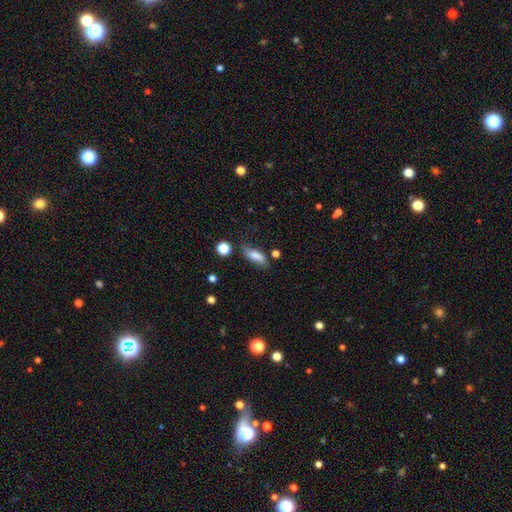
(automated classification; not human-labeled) Q: Smooth or featured?
A: smooth (76%); runner-up: featured or disk (16%)
Q: How rounded?
A: in between (67%); runner-up: cigar-shaped (29%)
Q: Merging?
A: none (64%); runner-up: minor disturbance (24%)